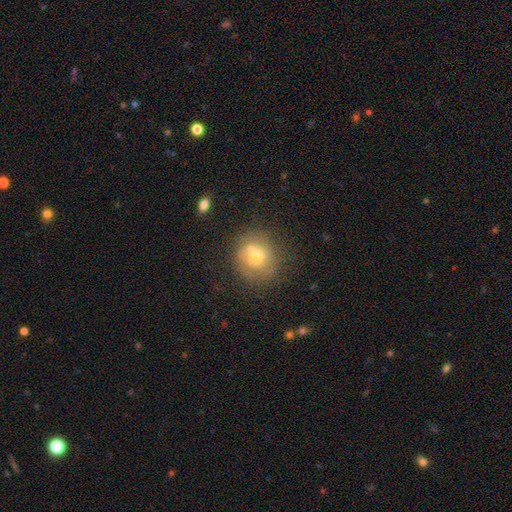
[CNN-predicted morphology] This appears to be a smooth galaxy with no disk features (52%) that is round (80%). Merging: none (60%).